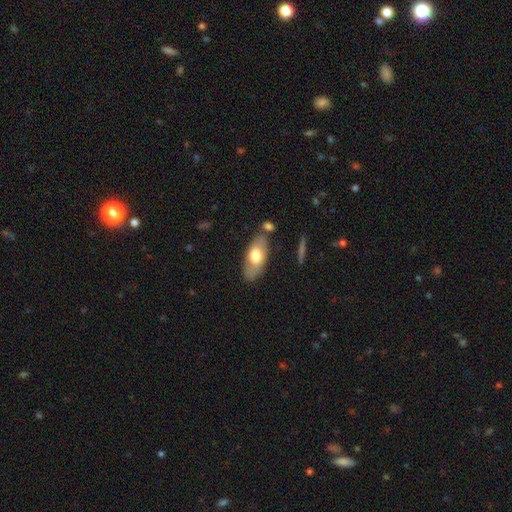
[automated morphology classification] This appears to be a smooth galaxy with no disk features (62%) that is in between round and cigar-shaped (87%). Merging: none (76%).